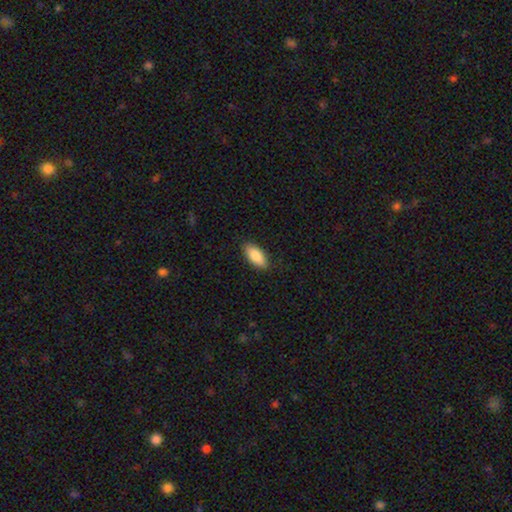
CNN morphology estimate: Overall: smooth (86%). How rounded: in between (87%). Merging: none (87%).